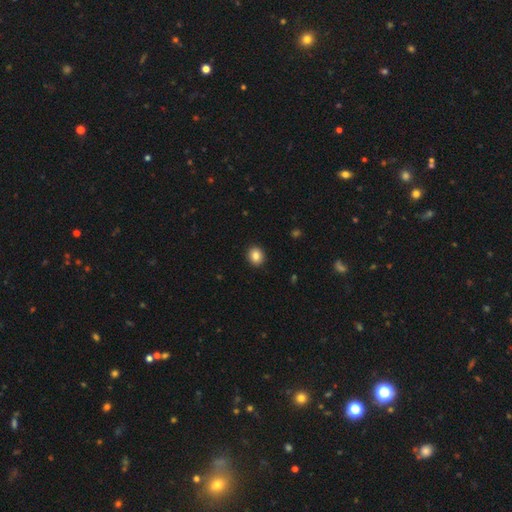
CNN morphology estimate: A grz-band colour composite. It shows a smooth galaxy with no disk features (86%) that is round (70%). Merging: none (92%).